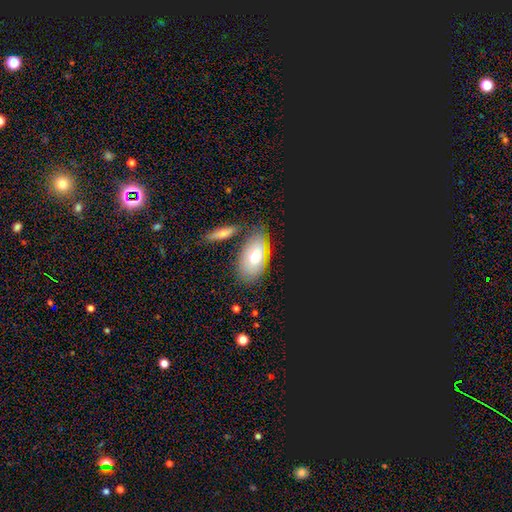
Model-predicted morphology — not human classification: smooth-or-featured: smooth: 50% | featured or disk: 33% | star or artifact: 17%
  merging: none: 75% | minor disturbance: 15% | merger: 6% | major disturbance: 4%